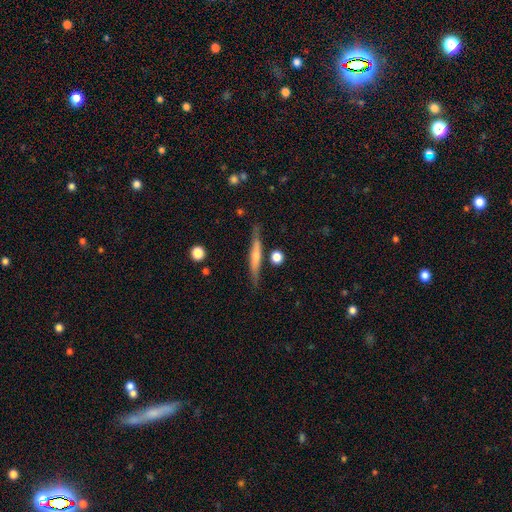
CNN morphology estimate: Smooth or featured: featured or disk — 55% (smooth — 38%)
Edge-on disk: yes — 95% (no — 5%)
Edge-on bulge: rounded — 53% (none — 34%)
Merging: none — 83% (minor disturbance — 11%)